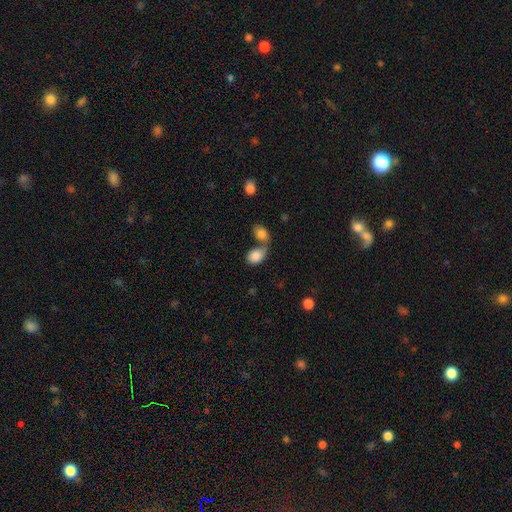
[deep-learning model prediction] Smooth or featured? Predicted: smooth (p=0.86). How rounded? Predicted: in between (p=0.82). Merging? Predicted: merger (p=0.54).